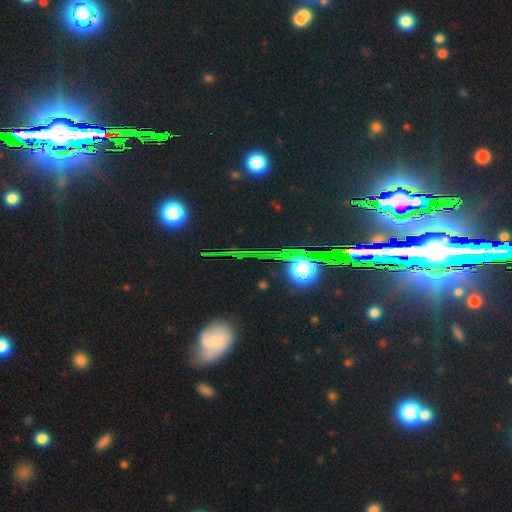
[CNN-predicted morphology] Smooth or featured? star or artifact (69%)